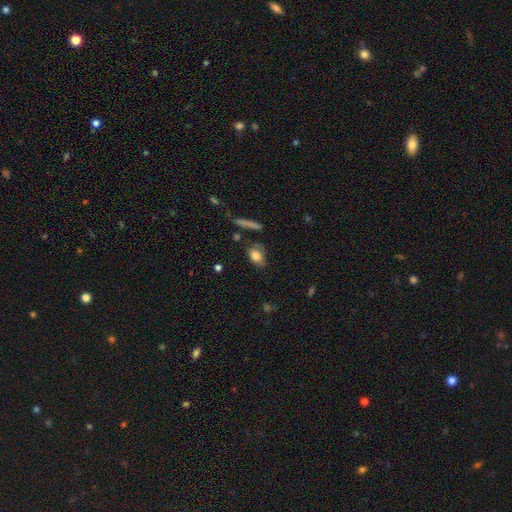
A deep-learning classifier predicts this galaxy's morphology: This appears to be a smooth galaxy with no disk features (80%) that is in between round and cigar-shaped (81%). Merging: none (68%).